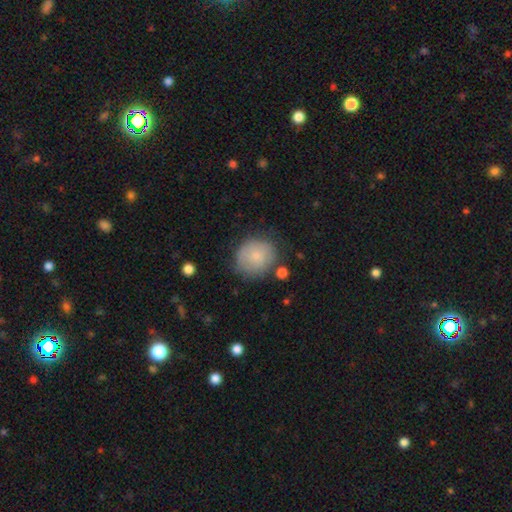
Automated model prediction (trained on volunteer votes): smooth-or-featured: smooth: 77% | featured or disk: 16% | star or artifact: 7%
  how-rounded: round: 82% | in between: 17% | cigar-shaped: 1%
  merging: none: 71% | minor disturbance: 20% | major disturbance: 6% | merger: 3%